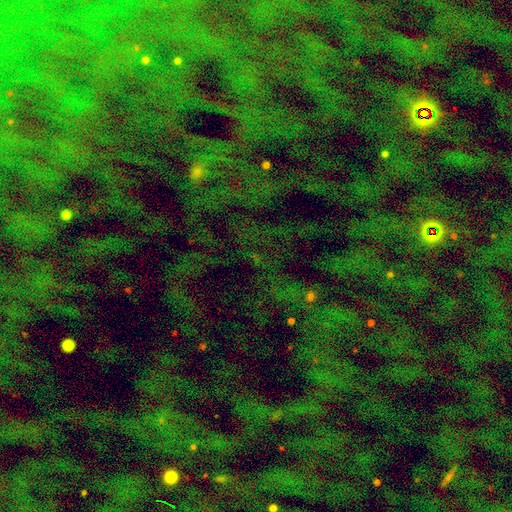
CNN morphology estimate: Smooth or featured?
  - star or artifact: 74% *
  - smooth: 16%
  - featured or disk: 10%